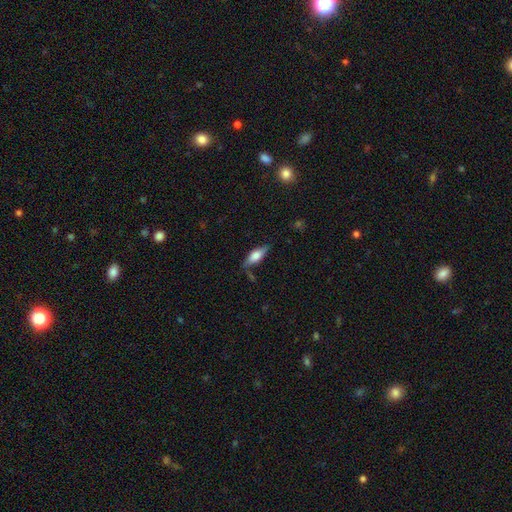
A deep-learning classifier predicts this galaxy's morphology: A smooth galaxy with no disk features (61%) that is in between round and cigar-shaped (67%). Merging: none (67%).